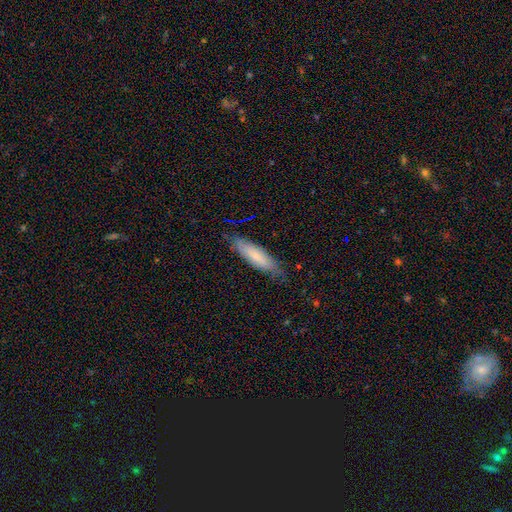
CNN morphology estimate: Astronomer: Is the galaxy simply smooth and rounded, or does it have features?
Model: smooth — 64%.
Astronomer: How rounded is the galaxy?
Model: cigar-shaped — 66%.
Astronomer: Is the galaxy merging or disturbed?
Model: none — 75%.